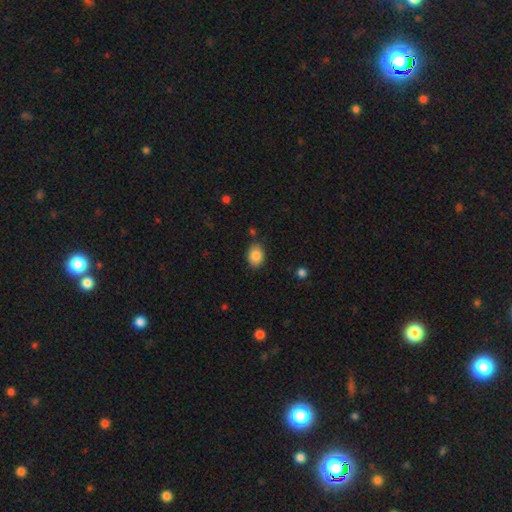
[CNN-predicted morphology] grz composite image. It shows a smooth galaxy with no disk features (85%) that is in between round and cigar-shaped (77%). Merging: none (84%).